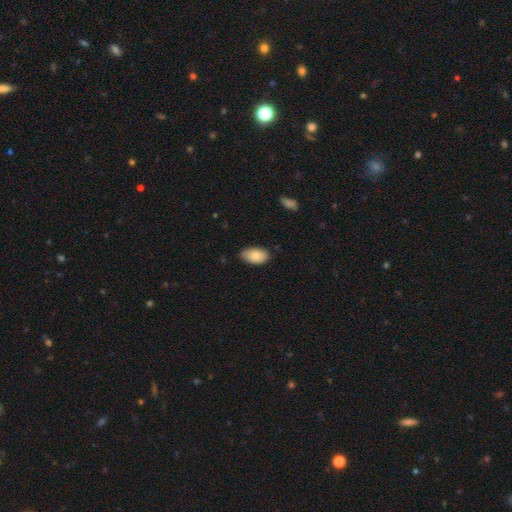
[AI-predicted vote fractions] smooth-or-featured: smooth: 83% | featured or disk: 11% | star or artifact: 6%
  how-rounded: in between: 94% | round: 4% | cigar-shaped: 2%
  merging: none: 76% | minor disturbance: 20% | major disturbance: 3% | merger: 1%